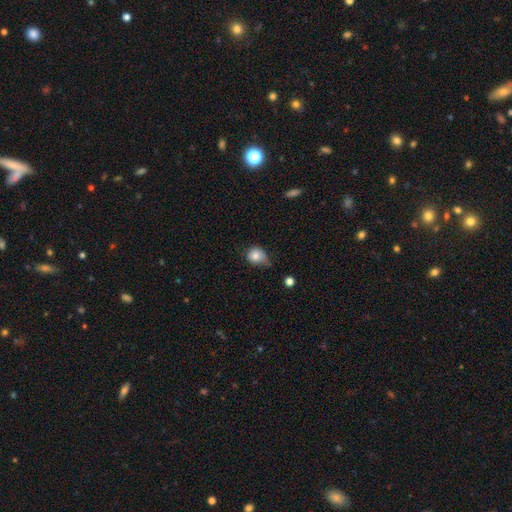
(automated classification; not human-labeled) Smooth or featured: smooth — 81% (star or artifact — 10%)
How rounded: round — 73% (in between — 25%)
Merging: none — 42% (tied with minor disturbance — 42%)